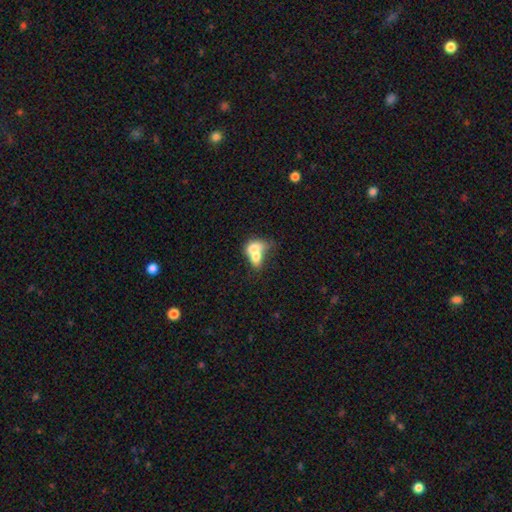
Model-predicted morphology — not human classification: smooth-or-featured: smooth: 66% | featured or disk: 26% | star or artifact: 8%
  how-rounded: in between: 75% | round: 22% | cigar-shaped: 3%
  merging: merger: 73% | none: 13% | major disturbance: 7% | minor disturbance: 7%